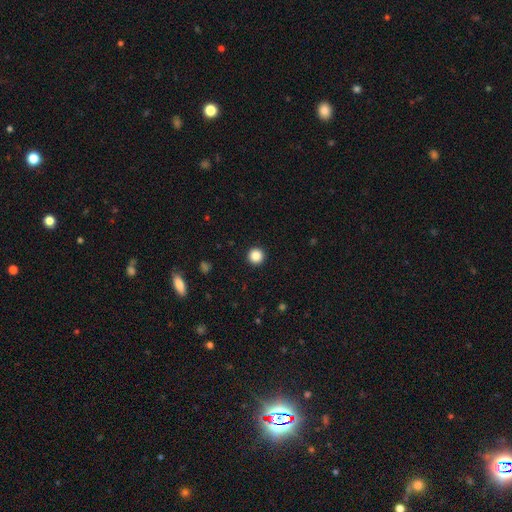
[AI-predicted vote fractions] Smooth or featured: smooth — 86% (star or artifact — 10%)
How rounded: round — 96% (in between — 3%)
Merging: none — 94% (minor disturbance — 4%)